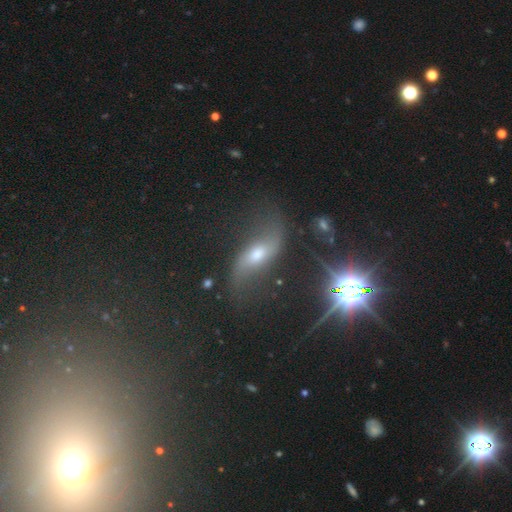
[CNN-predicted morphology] The model was most divided on "bar": no: 44%, weak: 35%, strong: 21%. More confident: spiral arm count — 2 (92%); spiral arms — yes (90%); spiral winding — loose (88%); edge-on disk — no (85%); smooth or featured — featured or disk (69%); merging — none (67%); bulge size — moderate (58%).